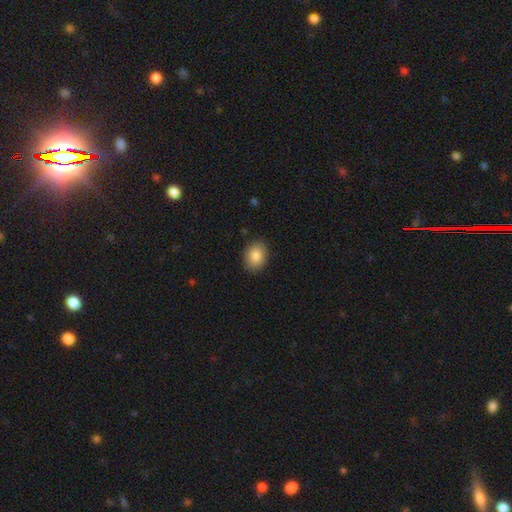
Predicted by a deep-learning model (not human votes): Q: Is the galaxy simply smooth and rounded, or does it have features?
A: smooth — 86%.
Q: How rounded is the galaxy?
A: in between — 64%.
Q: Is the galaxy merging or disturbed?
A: none — 87%.